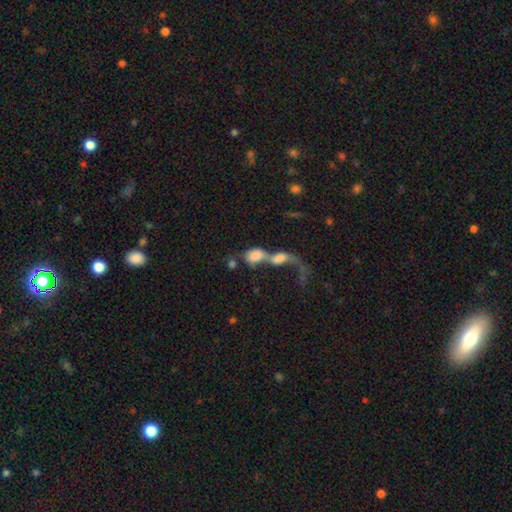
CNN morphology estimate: smooth 59%, featured or disk 30%, star or artifact 11%. Down the decision tree: how rounded — in between (68%); merging — merger (77%).